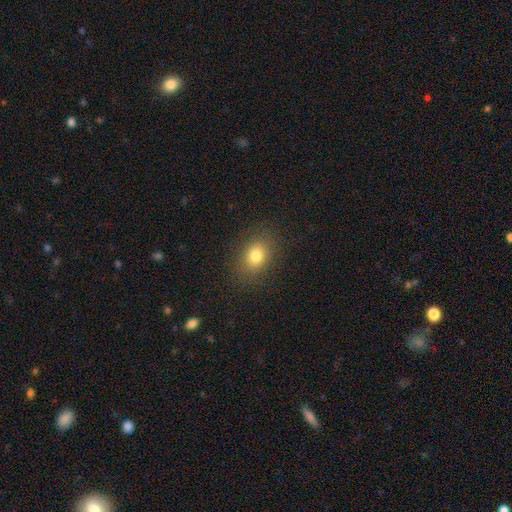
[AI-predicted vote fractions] smooth-or-featured: smooth: 79% | star or artifact: 12% | featured or disk: 9%
  how-rounded: in between: 65% | round: 34% | cigar-shaped: 1%
  merging: none: 86% | minor disturbance: 9% | major disturbance: 3% | merger: 1%